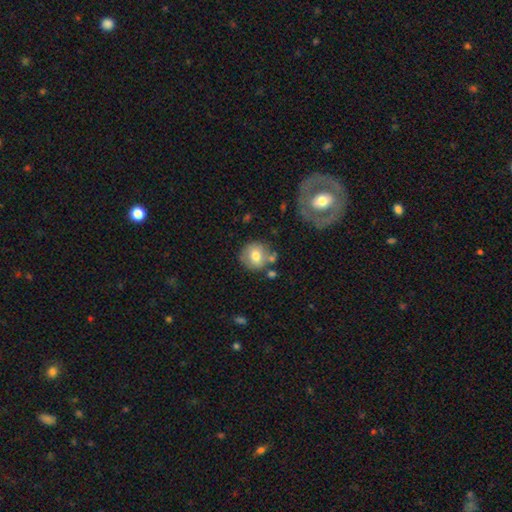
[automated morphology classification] The model was most divided on "smooth or featured": smooth: 70%, featured or disk: 22%, star or artifact: 8%. More confident: how rounded — round (88%); merging — none (70%).